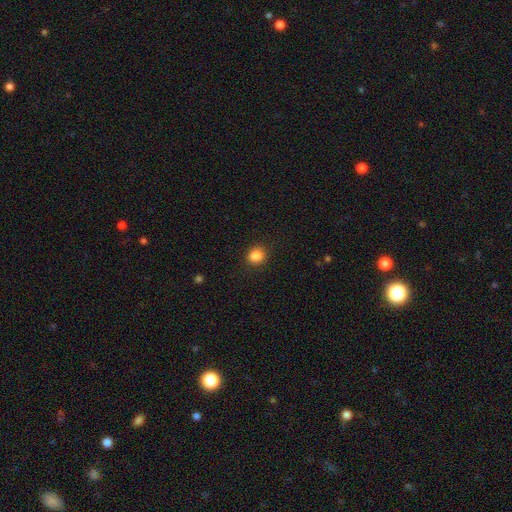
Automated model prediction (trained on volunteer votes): A smooth galaxy with no disk features (86%) that is round (82%). Merging: none (88%).